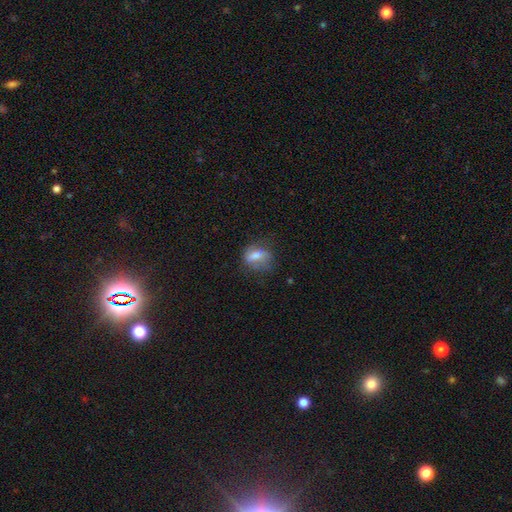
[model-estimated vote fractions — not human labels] Q: Smooth or featured?
A: smooth (59%); runner-up: featured or disk (31%)
Q: How rounded?
A: in between (65%); runner-up: round (30%)
Q: Merging?
A: none (56%); runner-up: minor disturbance (26%)